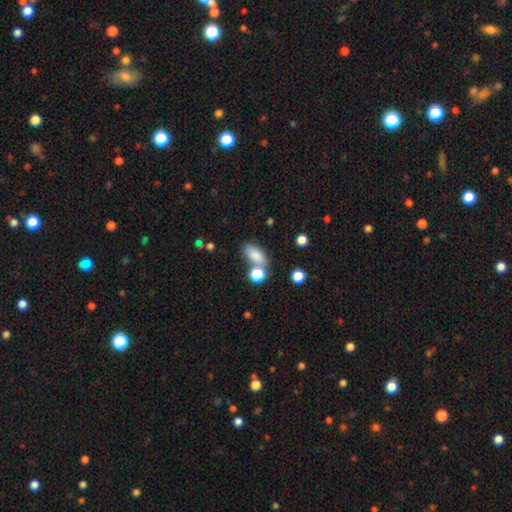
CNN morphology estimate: A smooth galaxy with no disk features (82%) that is in between round and cigar-shaped (85%). Merging: none (63%).